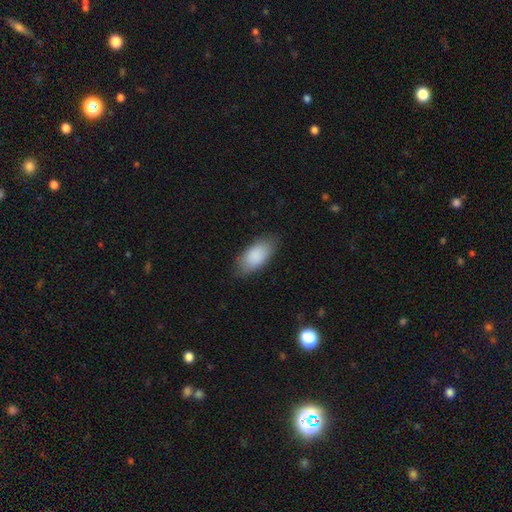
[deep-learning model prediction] A smooth galaxy with no disk features (88%) that is in between round and cigar-shaped (92%).

Vote fractions:
- Smooth or featured? smooth: 88% / featured or disk: 6% / star or artifact: 6%
- How rounded? in between: 92% / cigar-shaped: 6% / round: 2%
- Merging? none: 82% / minor disturbance: 14% / major disturbance: 3% / merger: 1%